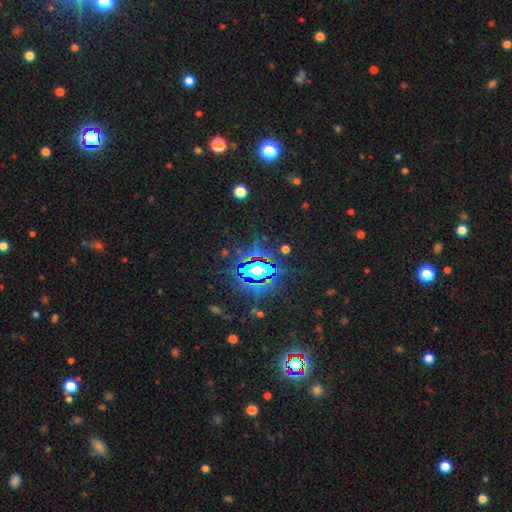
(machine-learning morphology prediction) The model was most divided on "smooth or featured": star or artifact: 84%, smooth: 9%, featured or disk: 7%.